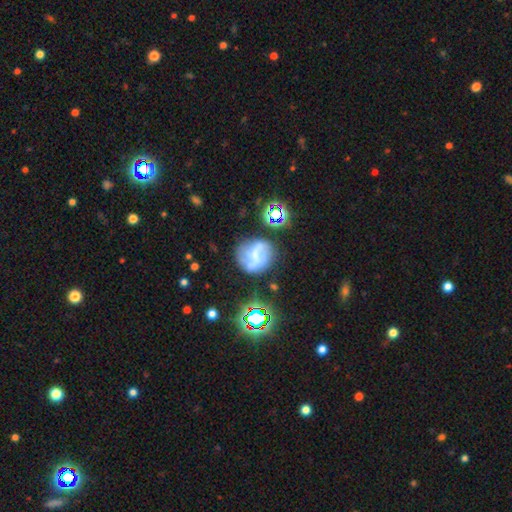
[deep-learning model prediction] The model was most divided on "smooth or featured": featured or disk: 50%, smooth: 34%, star or artifact: 16%. More confident: edge-on disk — no (96%); merging — none (57%).